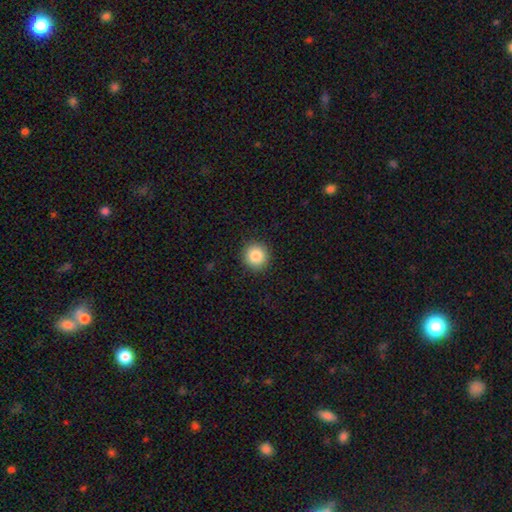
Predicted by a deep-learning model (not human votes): This appears to be a smooth galaxy with no disk features (86%) that is round (94%). Merging: none (92%).